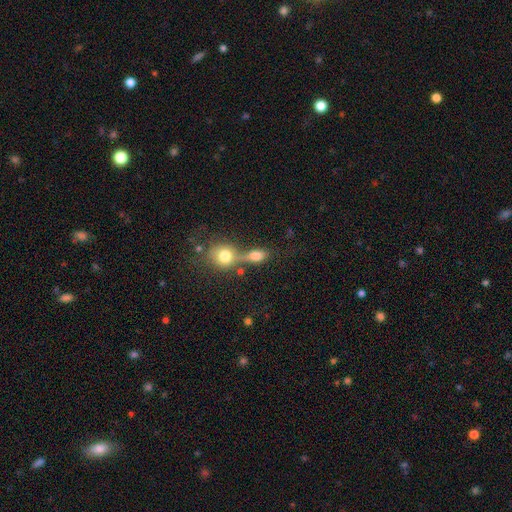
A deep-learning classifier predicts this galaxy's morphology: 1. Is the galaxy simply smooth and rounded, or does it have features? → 76% smooth, 13% featured or disk, 11% star or artifact.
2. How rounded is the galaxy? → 64% in between, 29% round, 7% cigar-shaped.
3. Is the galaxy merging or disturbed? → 58% merger, 25% none, 9% minor disturbance, 9% major disturbance.